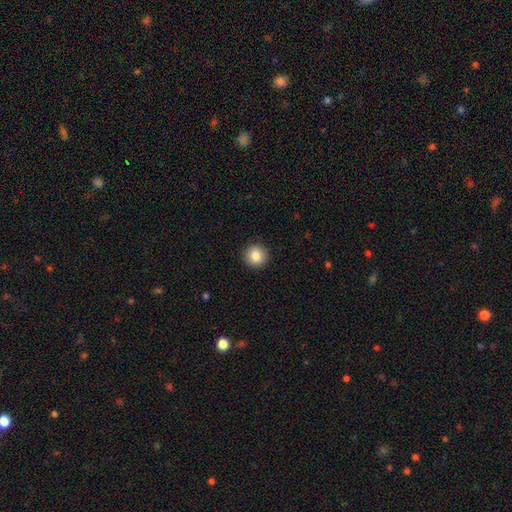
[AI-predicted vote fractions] A smooth galaxy with no disk features (85%) that is round (94%).

Vote fractions:
- Smooth or featured? smooth: 85% / star or artifact: 9% / featured or disk: 6%
- How rounded? round: 94% / in between: 5% / cigar-shaped: 1%
- Merging? none: 93% / minor disturbance: 5% / major disturbance: 2% / merger: 1%